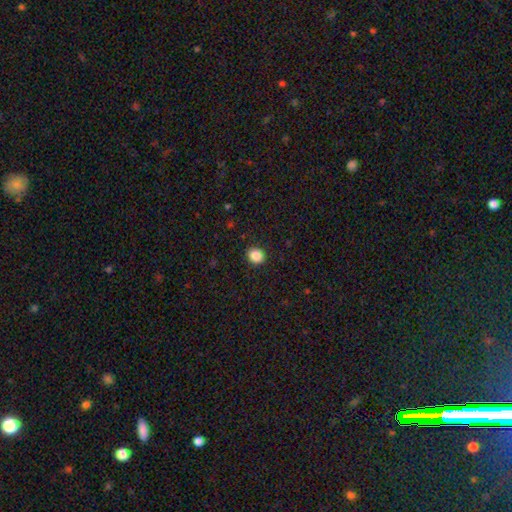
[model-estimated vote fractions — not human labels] A smooth galaxy with no disk features (87%) that is round (77%).

Vote fractions:
- Smooth or featured? smooth: 87% / star or artifact: 10% / featured or disk: 3%
- How rounded? round: 77% / in between: 22% / cigar-shaped: 1%
- Merging? none: 91% / minor disturbance: 6% / major disturbance: 2% / merger: 1%